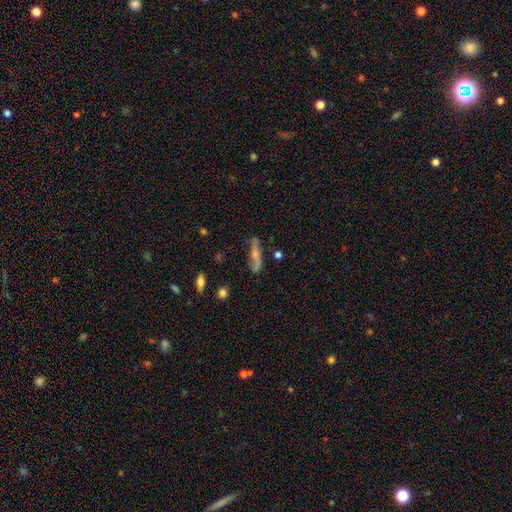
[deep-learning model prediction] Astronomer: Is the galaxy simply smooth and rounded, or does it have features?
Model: smooth — 49% (runner-up: featured or disk, 43%).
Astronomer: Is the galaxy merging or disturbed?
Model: none — 61%.